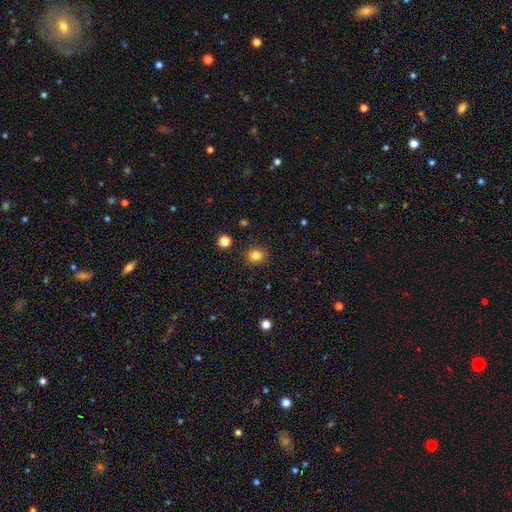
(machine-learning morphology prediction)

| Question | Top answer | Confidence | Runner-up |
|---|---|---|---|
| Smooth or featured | smooth | 83% | star or artifact (12%) |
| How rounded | round | 68% | in between (31%) |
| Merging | none | 89% | minor disturbance (8%) |